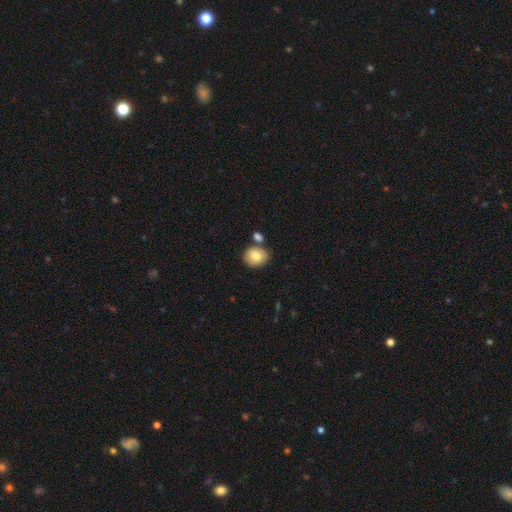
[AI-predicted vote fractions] smooth_or_featured: smooth (p=0.80) [alt: featured or disk p=0.12]
how_rounded: round (p=0.61) [alt: in between p=0.38]
merging: none (p=0.71) [alt: merger p=0.16]